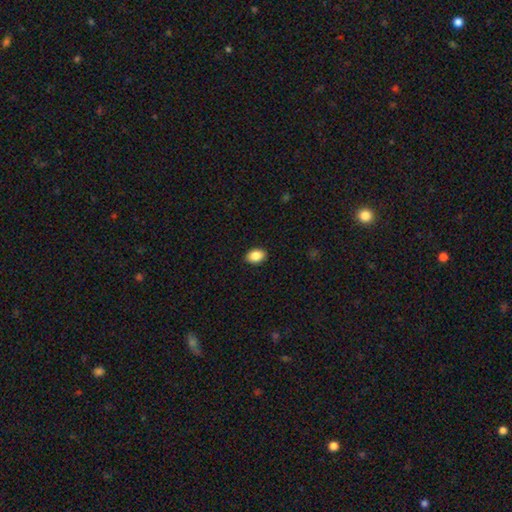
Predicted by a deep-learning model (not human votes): A smooth galaxy with no disk features (87%) that is in between round and cigar-shaped (80%). Merging: none (90%).